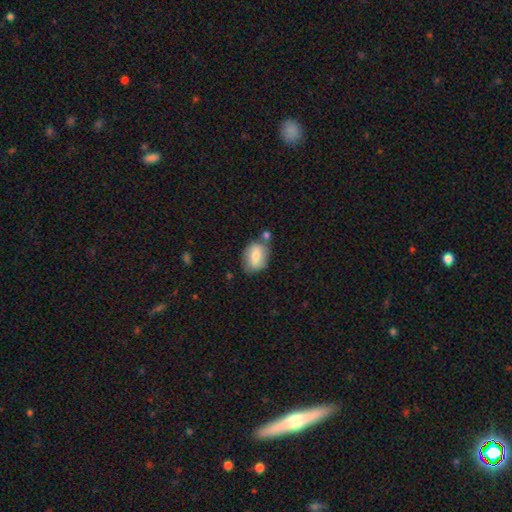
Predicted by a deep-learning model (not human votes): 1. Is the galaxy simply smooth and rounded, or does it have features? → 69% smooth, 23% featured or disk, 7% star or artifact.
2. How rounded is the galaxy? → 75% in between, 24% round, 2% cigar-shaped.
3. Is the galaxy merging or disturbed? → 61% none, 21% minor disturbance, 14% merger, 5% major disturbance.